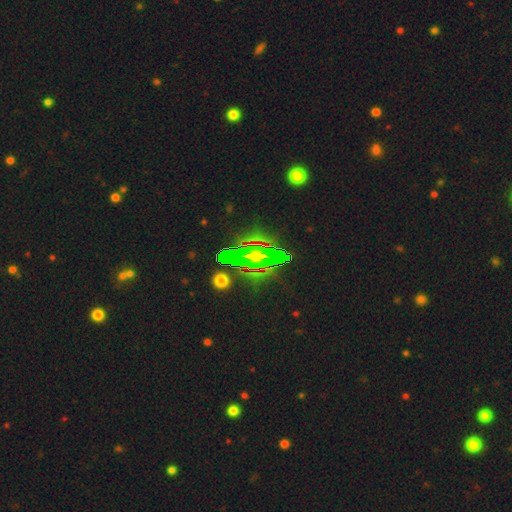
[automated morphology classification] star or artifact 60%, featured or disk 22%, smooth 18%.